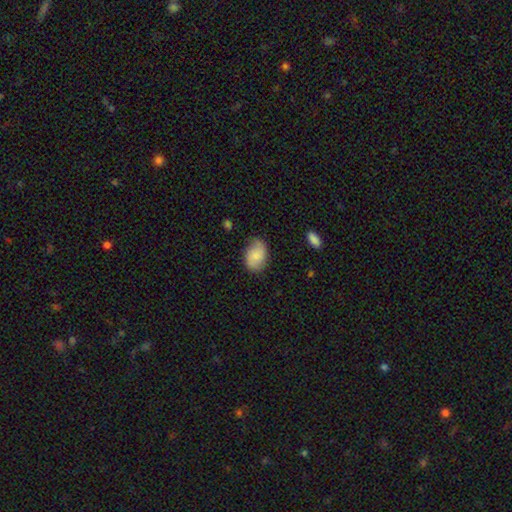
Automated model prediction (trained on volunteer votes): Morphology: type=smooth (74%); roundness=in between (85%); merging=none (71%).